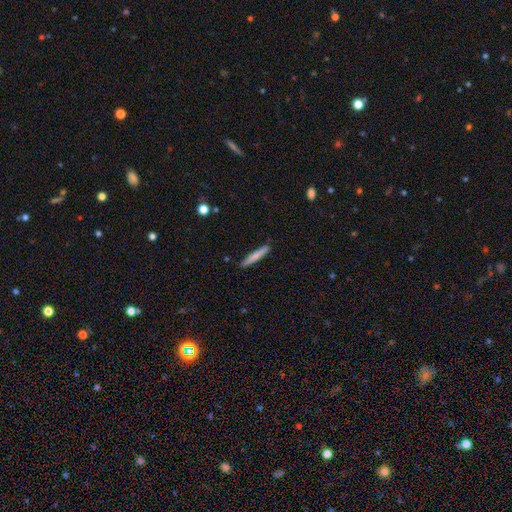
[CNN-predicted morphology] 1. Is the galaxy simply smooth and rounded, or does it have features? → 74% smooth, 20% featured or disk, 6% star or artifact.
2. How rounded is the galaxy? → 95% cigar-shaped, 4% in between, 1% round.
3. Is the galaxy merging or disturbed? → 88% none, 9% minor disturbance, 2% major disturbance, 1% merger.